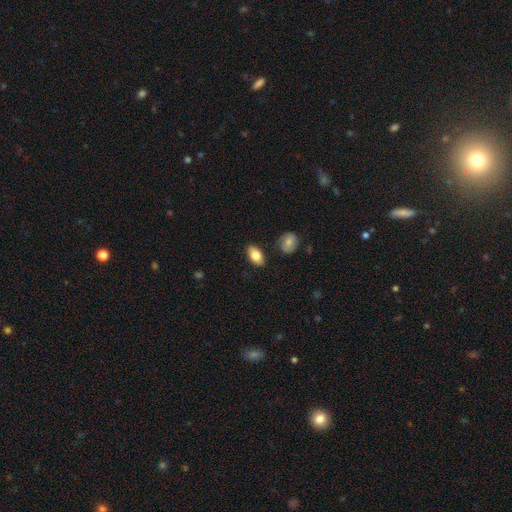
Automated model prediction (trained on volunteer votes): Morphology: type=smooth (81%); roundness=in between (92%); merging=none (85%).